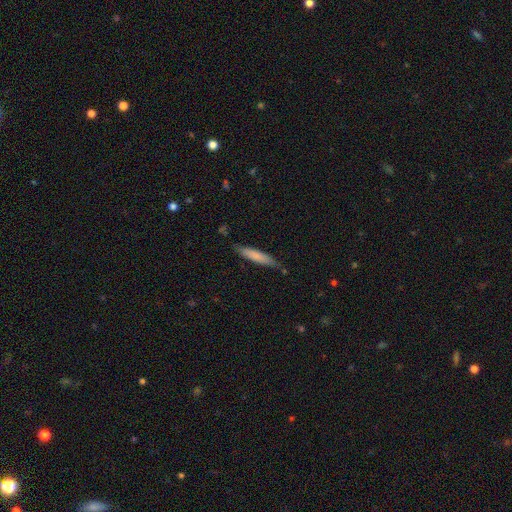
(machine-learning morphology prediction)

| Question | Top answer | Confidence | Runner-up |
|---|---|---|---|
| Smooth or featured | smooth | 75% | featured or disk (19%) |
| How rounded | cigar-shaped | 88% | in between (11%) |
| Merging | none | 80% | minor disturbance (15%) |